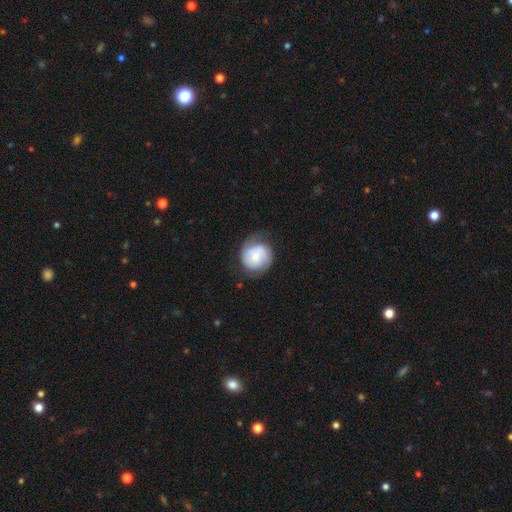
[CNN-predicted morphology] Smooth or featured?
  - featured or disk: 52% *
  - smooth: 41%
  - star or artifact: 7%
Edge-on disk?
  - no: 98% *
  - yes: 2%
Bar?
  - no: 70% *
  - weak: 24%
  - strong: 5%
Spiral arms?
  - yes: 75% *
  - no: 25%
Bulge size?
  - moderate: 46% *
  - small: 45%
  - large: 4%
  - none: 3%
  - dominant: 1%
Merging?
  - none: 54% *
  - minor disturbance: 26%
  - major disturbance: 12%
  - merger: 8%